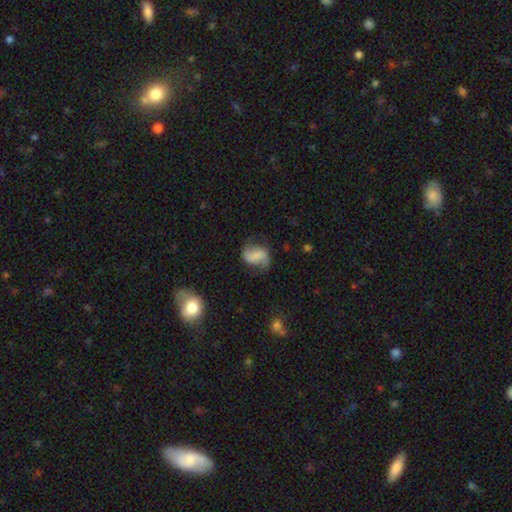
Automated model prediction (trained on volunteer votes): Morphology: type=featured or disk (55%); edge-on=no (97%); bar=weak (40%); spiral arms=yes (87%); bulge=none (50%); merging=none (60%).